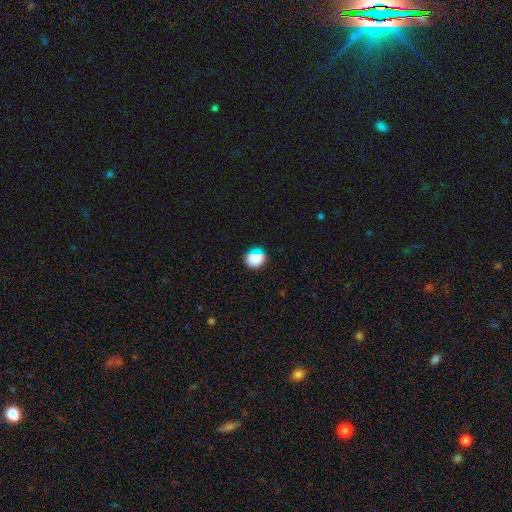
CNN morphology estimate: smooth-or-featured: smooth: 78% | star or artifact: 17% | featured or disk: 5%
  how-rounded: round: 84% | in between: 15% | cigar-shaped: 1%
  merging: none: 86% | minor disturbance: 10% | major disturbance: 2% | merger: 2%